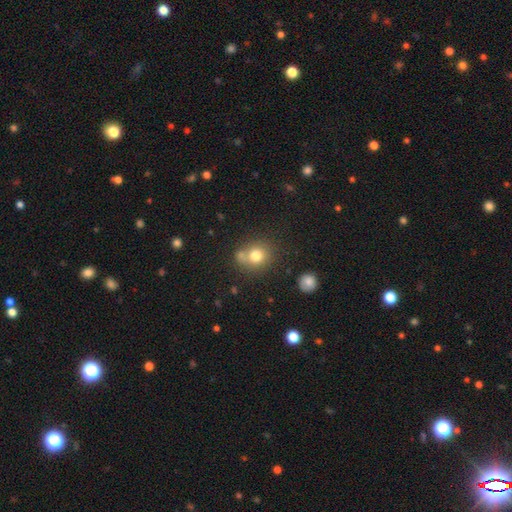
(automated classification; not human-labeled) This is likely a smooth galaxy (77%). How rounded: likely round (77%). Merging: possibly none (59%).